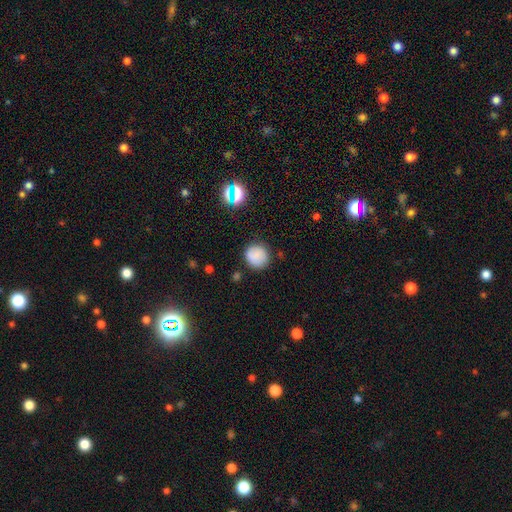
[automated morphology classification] Overall: smooth (84%). How rounded: round (91%). Merging: none (84%).